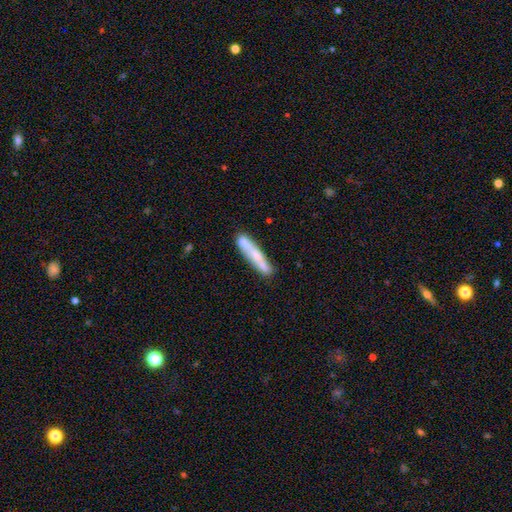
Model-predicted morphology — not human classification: Q: Smooth or featured?
A: smooth (55%); runner-up: featured or disk (39%)
Q: How rounded?
A: cigar-shaped (88%); runner-up: in between (11%)
Q: Merging?
A: none (64%); runner-up: minor disturbance (18%)